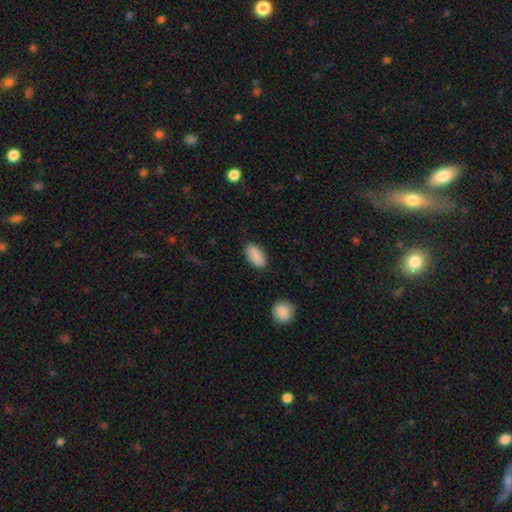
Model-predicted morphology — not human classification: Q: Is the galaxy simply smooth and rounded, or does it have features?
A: smooth — 89%.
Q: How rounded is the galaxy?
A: in between — 93%.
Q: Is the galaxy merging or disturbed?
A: none — 87%.